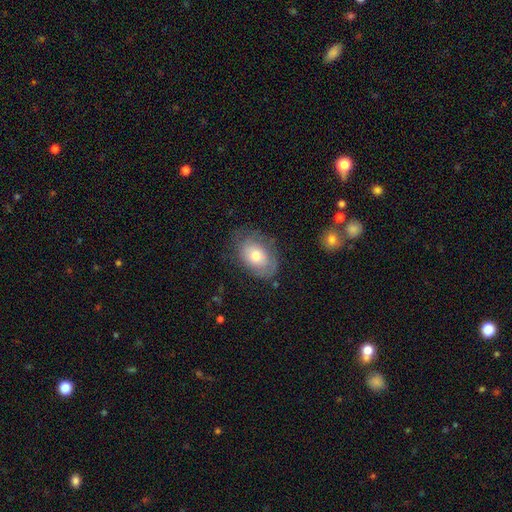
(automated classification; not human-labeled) A smooth galaxy with no disk features (62%) that is in between round and cigar-shaped (84%).

Vote fractions:
- Smooth or featured? smooth: 62% / featured or disk: 31% / star or artifact: 8%
- How rounded? in between: 84% / round: 15% / cigar-shaped: 1%
- Merging? none: 68% / minor disturbance: 22% / major disturbance: 8% / merger: 2%